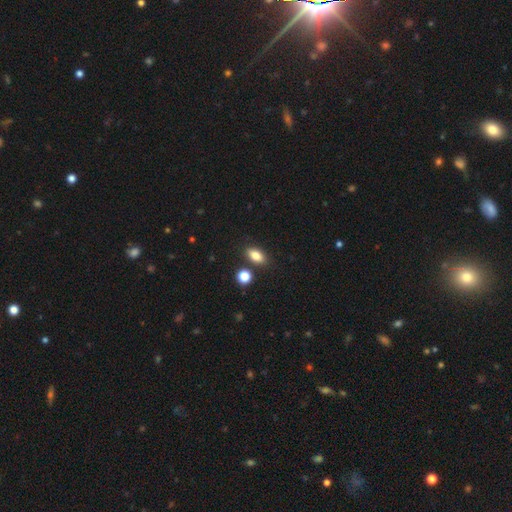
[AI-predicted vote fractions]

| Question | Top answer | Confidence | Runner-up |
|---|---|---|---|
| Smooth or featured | smooth | 82% | star or artifact (9%) |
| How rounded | in between | 85% | round (10%) |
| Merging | none | 80% | minor disturbance (10%) |